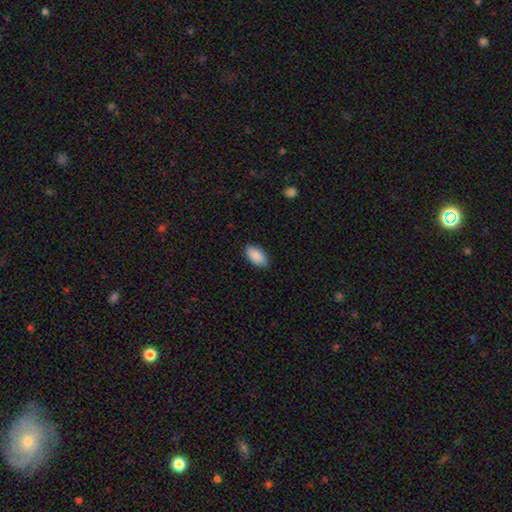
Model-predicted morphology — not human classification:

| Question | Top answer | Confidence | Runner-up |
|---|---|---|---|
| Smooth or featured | smooth | 90% | star or artifact (6%) |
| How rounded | in between | 95% | cigar-shaped (3%) |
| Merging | none | 86% | minor disturbance (11%) |